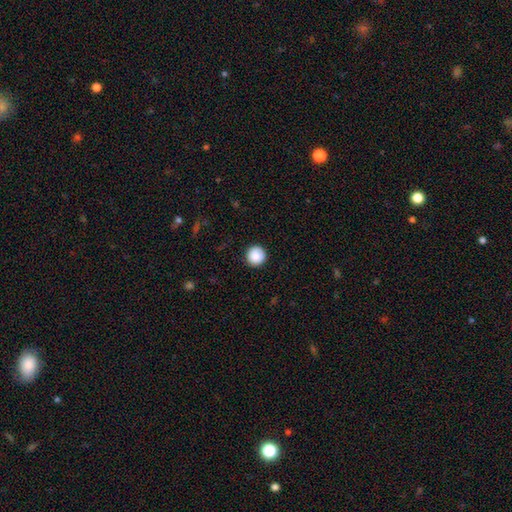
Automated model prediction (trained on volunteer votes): smooth_or_featured: smooth (p=0.89) [alt: star or artifact p=0.08]
how_rounded: round (p=0.96) [alt: in between p=0.03]
merging: none (p=0.91) [alt: minor disturbance p=0.06]